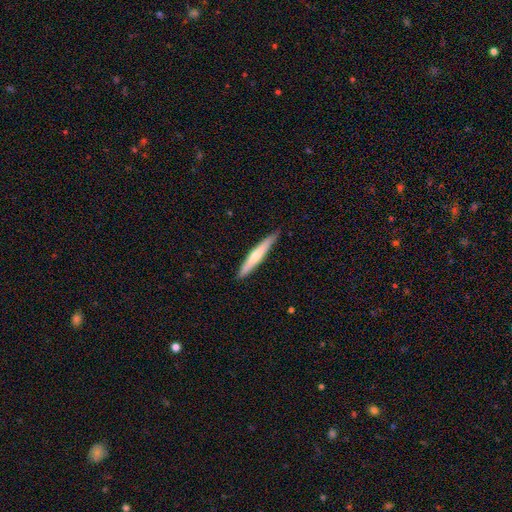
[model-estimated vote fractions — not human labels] Morphology: type=smooth (52%); roundness=cigar-shaped (95%); merging=none (88%).